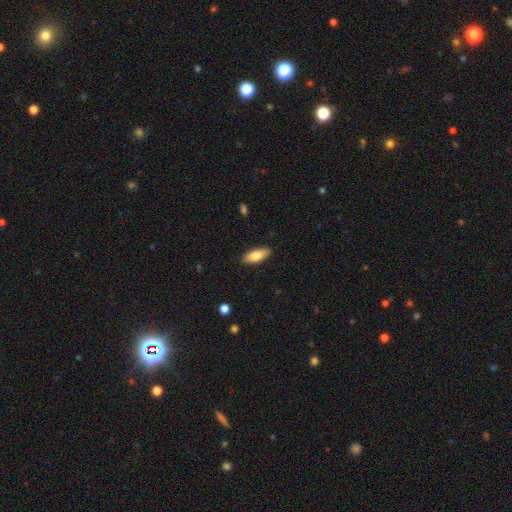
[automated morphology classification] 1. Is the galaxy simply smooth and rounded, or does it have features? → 77% smooth, 17% featured or disk, 6% star or artifact.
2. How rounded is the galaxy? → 73% in between, 25% cigar-shaped, 2% round.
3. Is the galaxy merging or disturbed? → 88% none, 9% minor disturbance, 2% major disturbance, 1% merger.